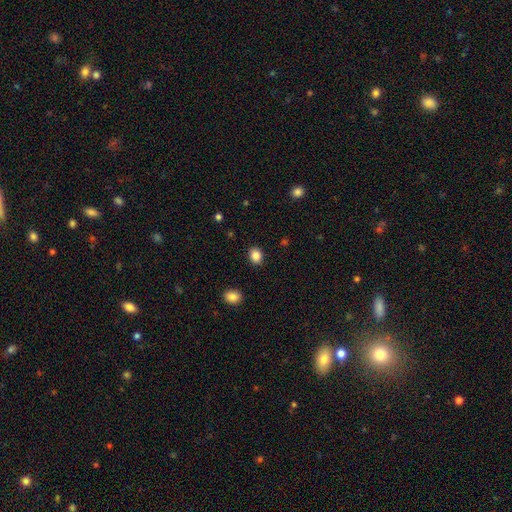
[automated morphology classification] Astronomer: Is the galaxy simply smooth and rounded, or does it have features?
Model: smooth — 86%.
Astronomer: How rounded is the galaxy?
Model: round — 54% (runner-up: in between, 45%).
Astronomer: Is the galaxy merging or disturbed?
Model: none — 89%.